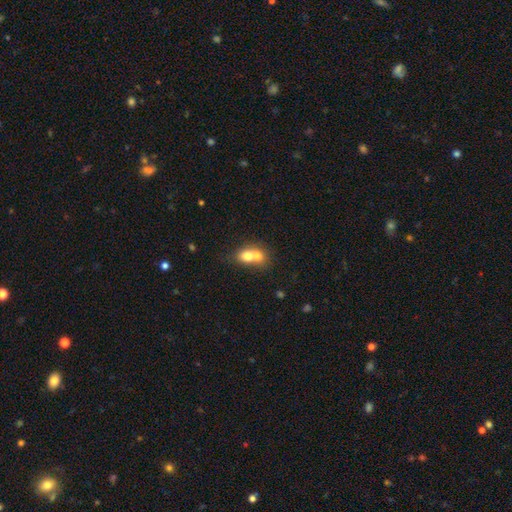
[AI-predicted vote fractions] Smooth or featured? smooth (68%)
How rounded? round (50%)
Merging? merger (72%)